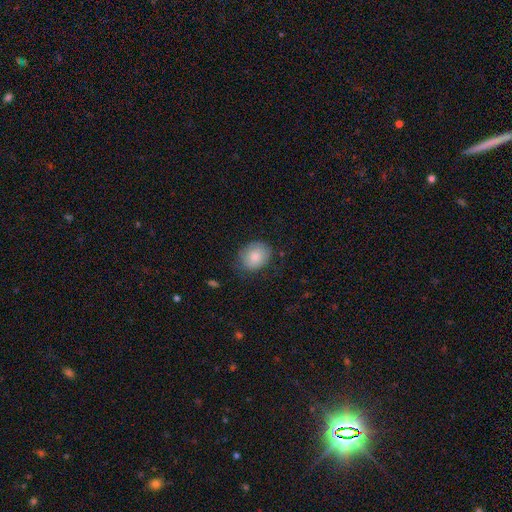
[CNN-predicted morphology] Smooth or featured? smooth (81%)
How rounded? round (55%)
Merging? none (71%)